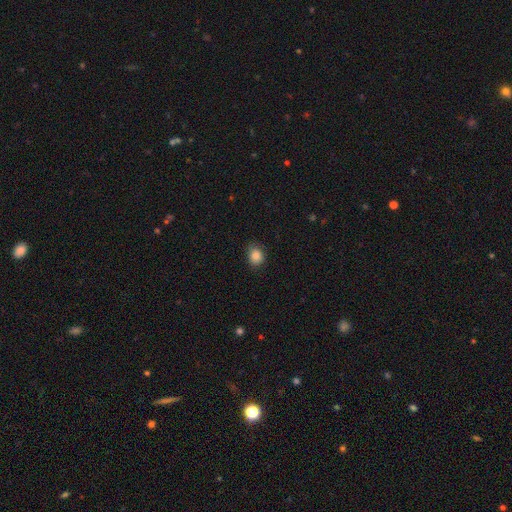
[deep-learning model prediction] A smooth galaxy with no disk features (86%) that is round (65%).

Vote fractions:
- Smooth or featured? smooth: 86% / star or artifact: 10% / featured or disk: 5%
- How rounded? round: 65% / in between: 34% / cigar-shaped: 1%
- Merging? none: 75% / minor disturbance: 20% / major disturbance: 4% / merger: 1%